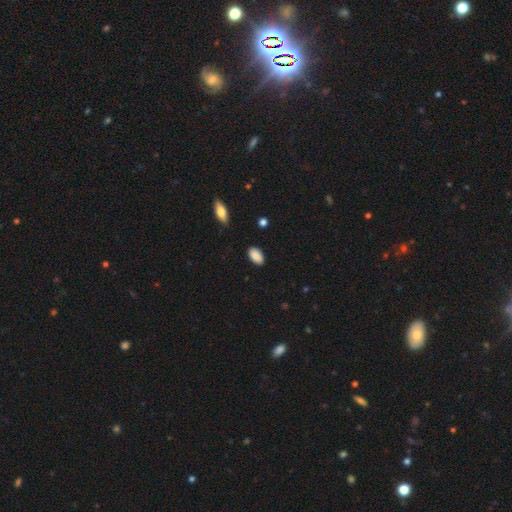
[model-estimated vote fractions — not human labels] Overall: smooth (89%). How rounded: in between (93%). Merging: none (86%).